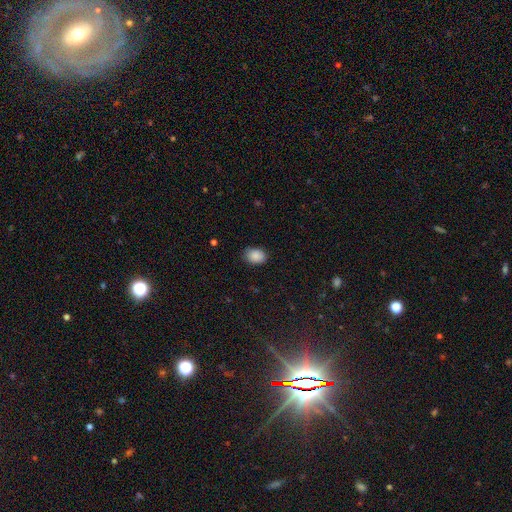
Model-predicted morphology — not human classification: smooth_or_featured: smooth (p=0.88) [alt: star or artifact p=0.08]
how_rounded: in between (p=0.70) [alt: round p=0.29]
merging: none (p=0.81) [alt: minor disturbance p=0.15]